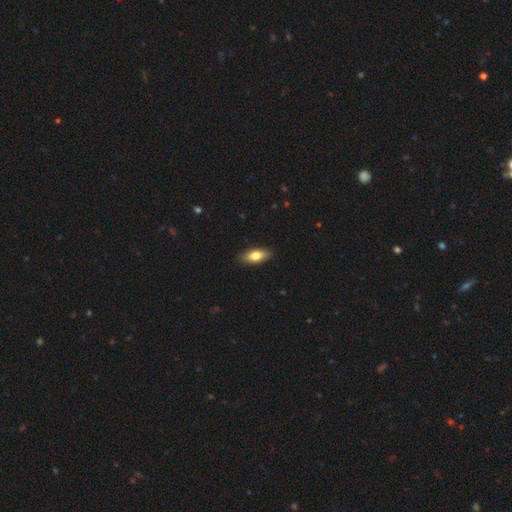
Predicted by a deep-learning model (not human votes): This is likely a smooth galaxy (79%). How rounded: clearly in between (82%). Merging: clearly none (89%).